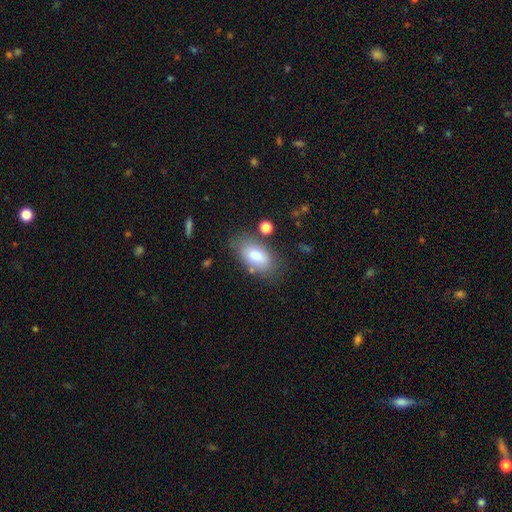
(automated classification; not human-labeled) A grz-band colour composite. It shows a smooth galaxy with no disk features (77%) that is in between round and cigar-shaped (92%). Merging: none (70%).